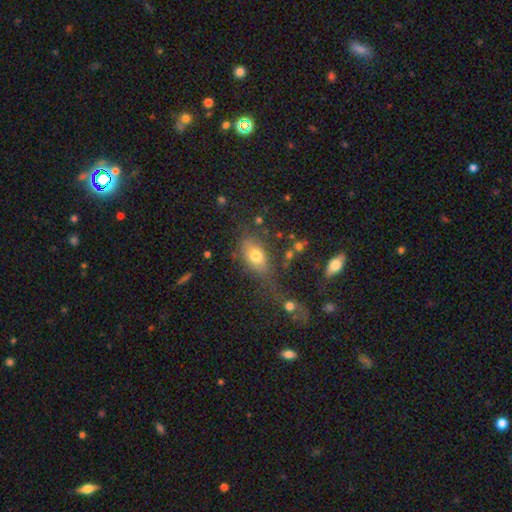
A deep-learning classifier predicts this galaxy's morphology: Smooth or featured? Predicted: smooth (p=0.73). How rounded? Predicted: in between (p=0.79). Merging? Predicted: none (p=0.57).